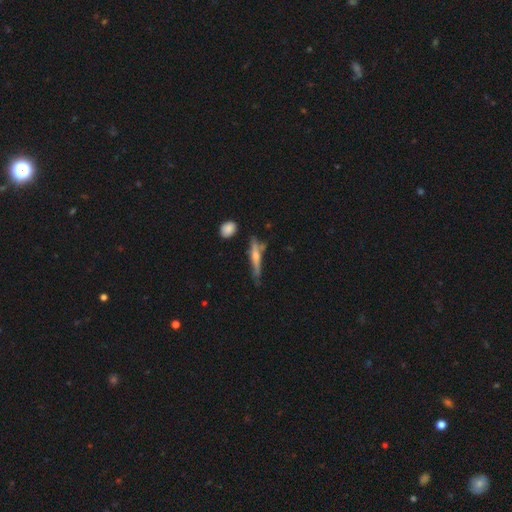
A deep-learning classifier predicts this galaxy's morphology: smooth-or-featured: featured or disk: 57% | smooth: 35% | star or artifact: 7%
  disk-edge-on: yes: 93% | no: 7%
    edge-on-bulge: rounded: 79% | none: 13% | boxy: 7%
  merging: none: 65% | minor disturbance: 23% | major disturbance: 6% | merger: 6%